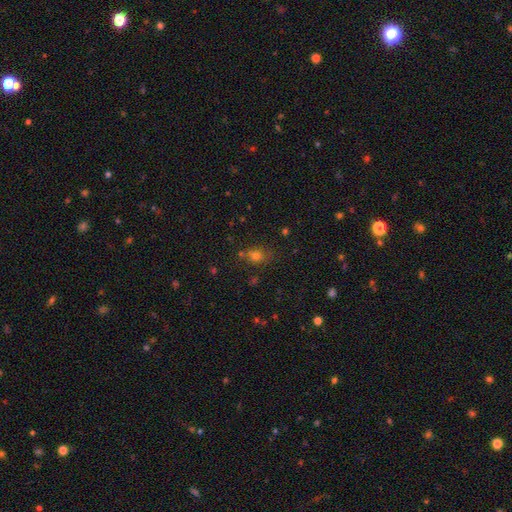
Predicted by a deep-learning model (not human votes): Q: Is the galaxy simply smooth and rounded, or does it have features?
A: smooth — 71%.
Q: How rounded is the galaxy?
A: round — 57%.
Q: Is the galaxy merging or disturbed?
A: none — 65%.